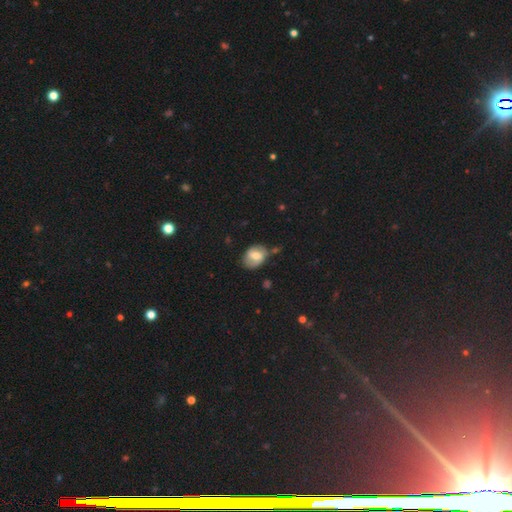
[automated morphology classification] Smooth or featured? smooth (62%)
How rounded? in between (63%)
Merging? none (64%)